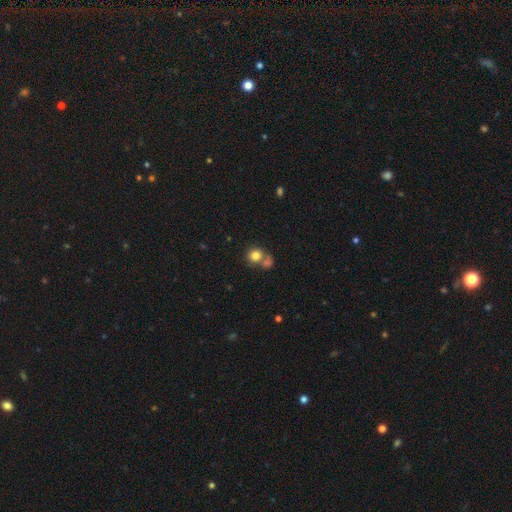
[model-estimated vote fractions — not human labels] This is likely a smooth galaxy (80%). How rounded: clearly round (85%). Merging: possibly none (47%).